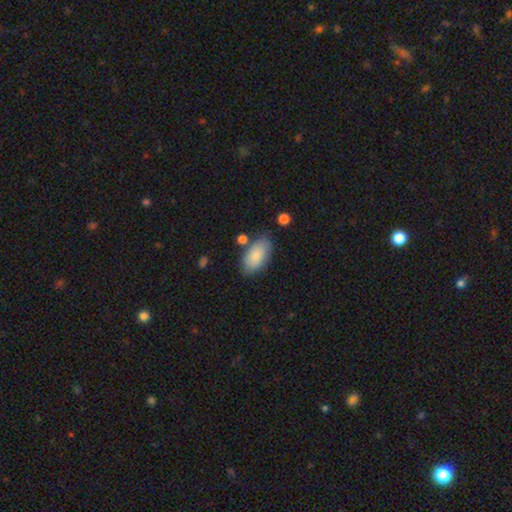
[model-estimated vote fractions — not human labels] Overall: smooth (80%). How rounded: in between (94%). Merging: none (73%).